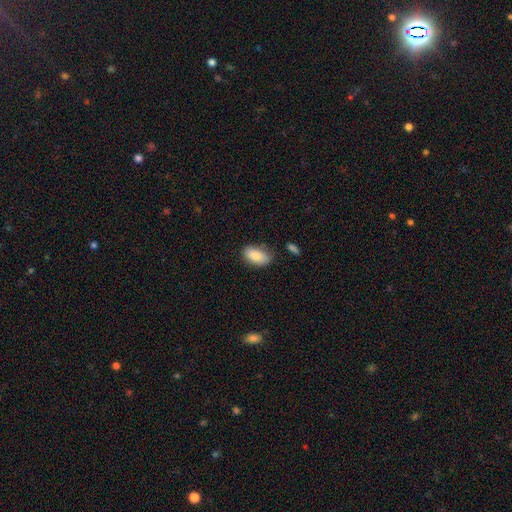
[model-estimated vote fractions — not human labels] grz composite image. It shows a smooth galaxy with no disk features (85%) that is in between round and cigar-shaped (92%). Merging: none (69%).